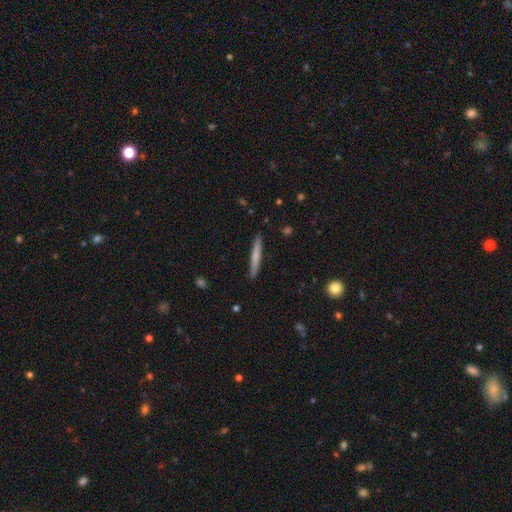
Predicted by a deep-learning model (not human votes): Q: Smooth or featured?
A: smooth (67%); runner-up: featured or disk (27%)
Q: How rounded?
A: cigar-shaped (96%); runner-up: in between (3%)
Q: Merging?
A: none (90%); runner-up: minor disturbance (7%)